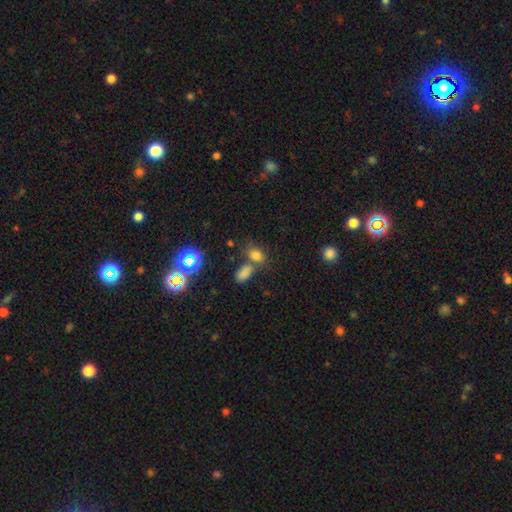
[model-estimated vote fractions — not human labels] A smooth galaxy with no disk features (74%) that is in between round and cigar-shaped (76%).

Vote fractions:
- Smooth or featured? smooth: 74% / star or artifact: 19% / featured or disk: 7%
- How rounded? in between: 76% / round: 22% / cigar-shaped: 2%
- Merging? none: 48% / merger: 36% / minor disturbance: 11% / major disturbance: 5%